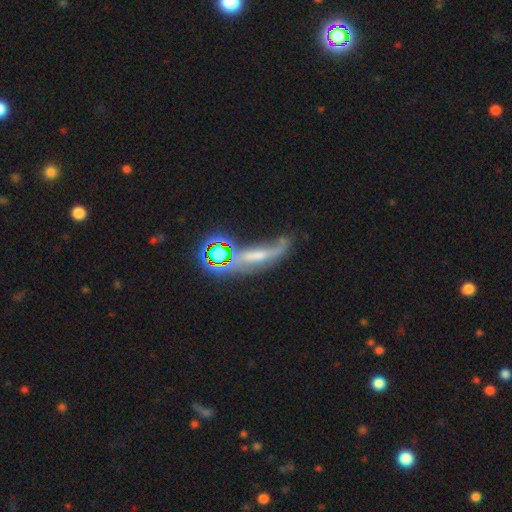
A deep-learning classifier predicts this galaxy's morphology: featured or disk 47%, star or artifact 30%, smooth 23%. Down the decision tree: merging — none (38%).